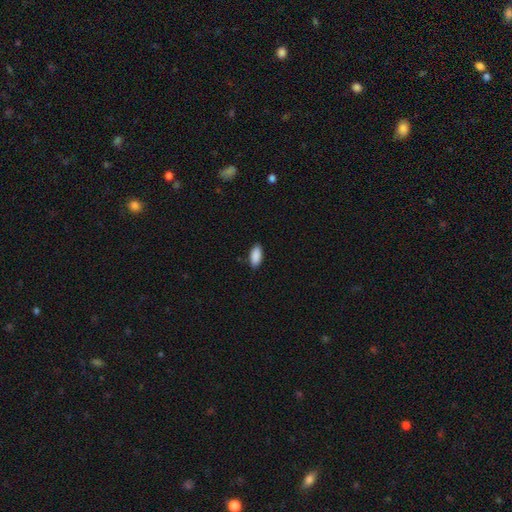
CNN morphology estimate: Q: Smooth or featured?
A: smooth (90%); runner-up: star or artifact (6%)
Q: How rounded?
A: in between (88%); runner-up: cigar-shaped (11%)
Q: Merging?
A: none (87%); runner-up: minor disturbance (10%)